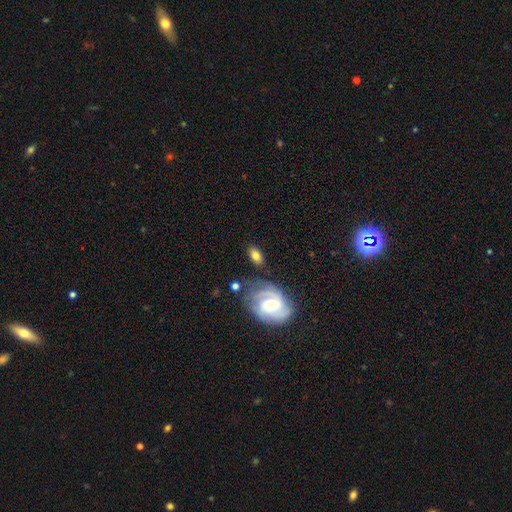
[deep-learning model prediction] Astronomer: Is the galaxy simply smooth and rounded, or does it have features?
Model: smooth — 68%.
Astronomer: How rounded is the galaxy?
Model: in between — 86%.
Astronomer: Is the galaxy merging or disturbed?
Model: none — 73%.